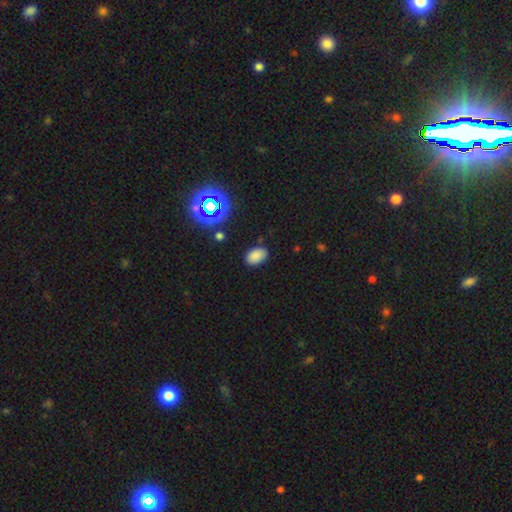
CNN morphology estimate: Smooth or featured?
  - smooth: 80% *
  - star or artifact: 14%
  - featured or disk: 5%
How rounded?
  - in between: 88% *
  - round: 11%
  - cigar-shaped: 1%
Merging?
  - none: 84% *
  - minor disturbance: 12%
  - major disturbance: 3%
  - merger: 2%